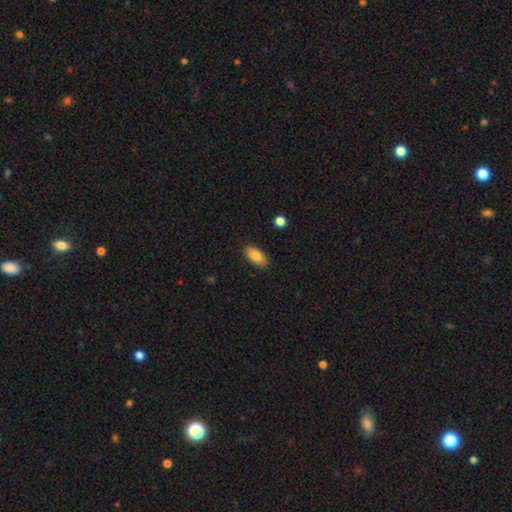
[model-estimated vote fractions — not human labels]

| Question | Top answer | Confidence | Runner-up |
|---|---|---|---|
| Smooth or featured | smooth | 84% | featured or disk (8%) |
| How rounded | in between | 91% | cigar-shaped (5%) |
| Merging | none | 87% | minor disturbance (10%) |